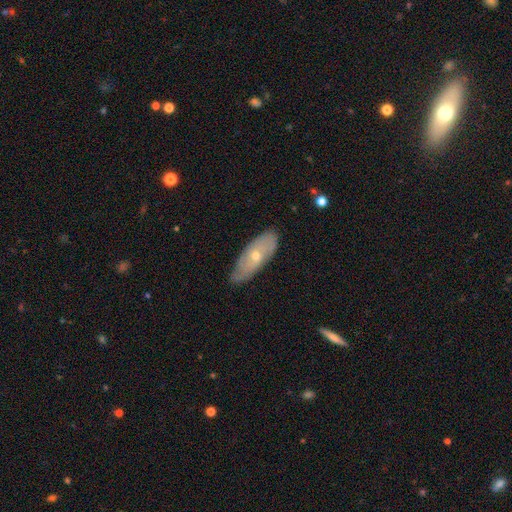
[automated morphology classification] type=featured or disk (54%); edge-on=no (76%); merging=none (75%).